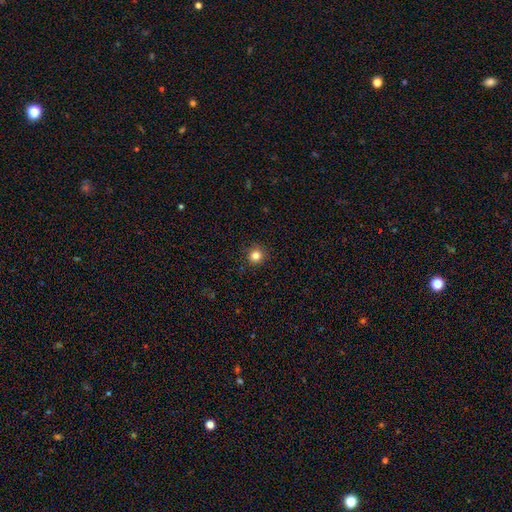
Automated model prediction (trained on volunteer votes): Q: Smooth or featured?
A: smooth (84%); runner-up: star or artifact (12%)
Q: How rounded?
A: round (94%); runner-up: in between (5%)
Q: Merging?
A: none (91%); runner-up: minor disturbance (6%)